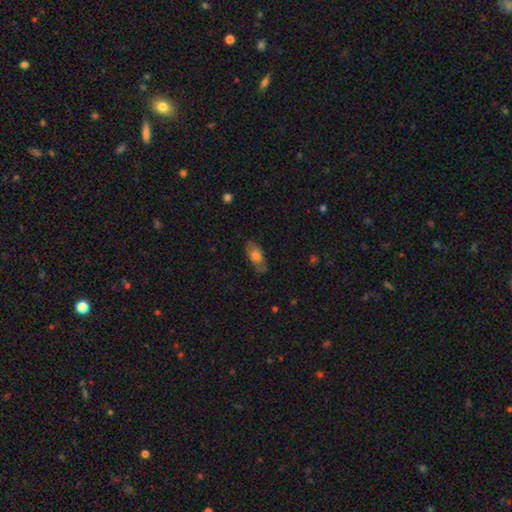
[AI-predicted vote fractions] This appears to be a smooth galaxy with no disk features (72%) that is in between round and cigar-shaped (84%). Merging: none (73%).